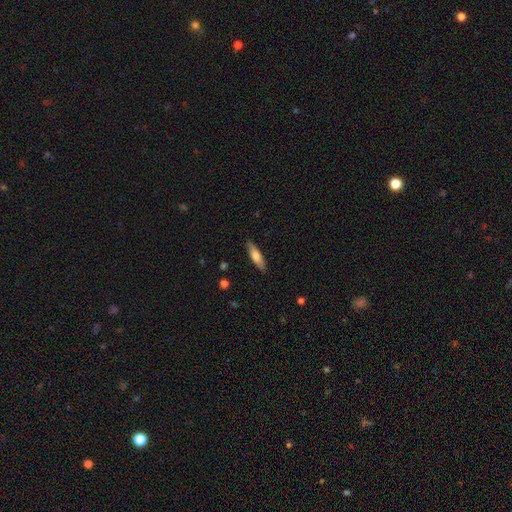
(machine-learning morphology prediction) This is likely a smooth galaxy (66%). How rounded: likely cigar-shaped (71%). Merging: clearly none (88%).